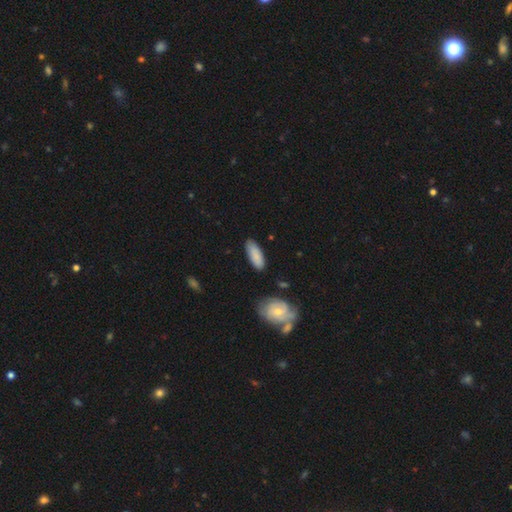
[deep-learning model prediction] smooth-or-featured: smooth: 84% | featured or disk: 10% | star or artifact: 6%
  how-rounded: in between: 68% | cigar-shaped: 31% | round: 2%
  merging: none: 82% | minor disturbance: 13% | major disturbance: 3% | merger: 2%